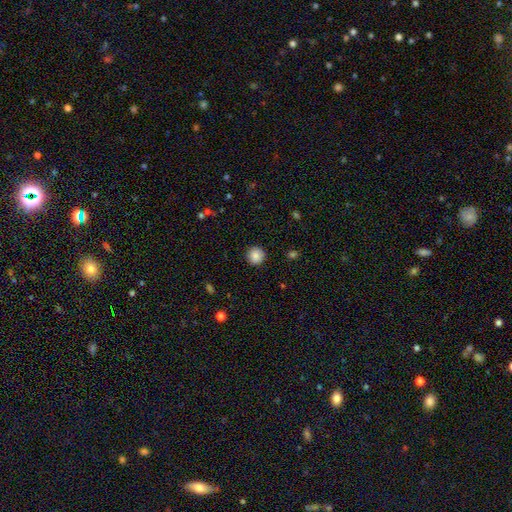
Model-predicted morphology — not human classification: A smooth galaxy with no disk features (87%) that is round (95%). Merging: none (92%).